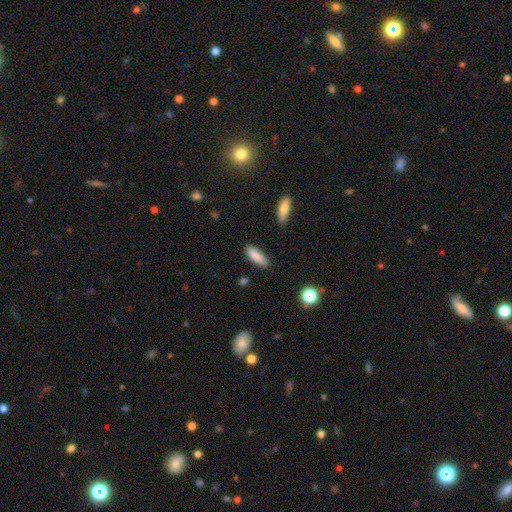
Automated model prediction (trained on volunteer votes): A smooth galaxy with no disk features (87%) that is in between round and cigar-shaped (54%).

Vote fractions:
- Smooth or featured? smooth: 87% / star or artifact: 7% / featured or disk: 6%
- How rounded? in between: 54% / cigar-shaped: 44% / round: 2%
- Merging? none: 85% / minor disturbance: 11% / major disturbance: 2% / merger: 2%